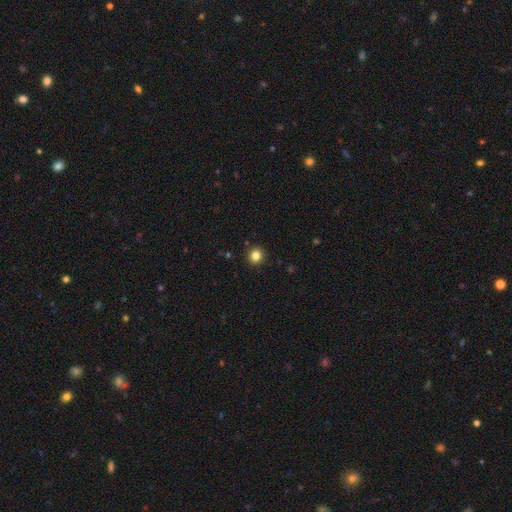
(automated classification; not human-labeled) A smooth galaxy with no disk features (83%) that is round (90%). Merging: none (92%).